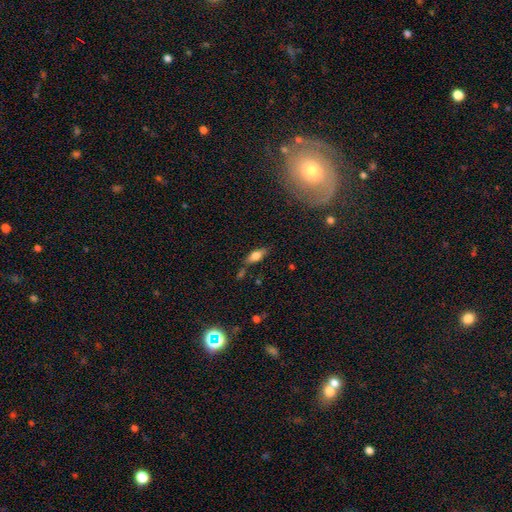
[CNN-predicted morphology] A smooth galaxy with no disk features (61%) that is in between round and cigar-shaped (70%). Merging: none (72%).